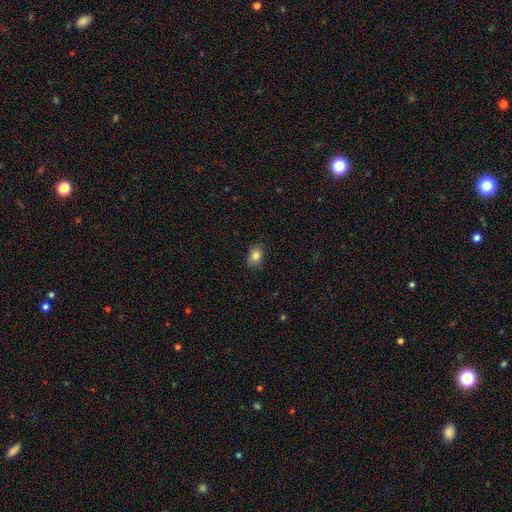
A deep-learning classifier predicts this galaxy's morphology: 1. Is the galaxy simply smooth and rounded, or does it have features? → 83% smooth, 9% star or artifact, 9% featured or disk.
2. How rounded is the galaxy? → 81% in between, 18% round, 1% cigar-shaped.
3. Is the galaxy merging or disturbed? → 85% none, 12% minor disturbance, 2% major disturbance, 1% merger.